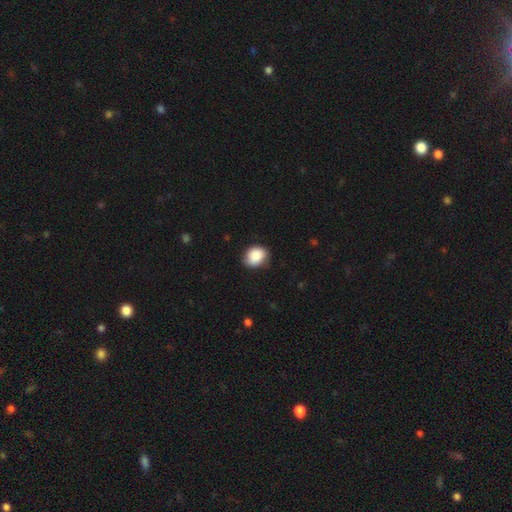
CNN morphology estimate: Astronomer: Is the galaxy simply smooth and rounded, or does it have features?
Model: smooth — 88%.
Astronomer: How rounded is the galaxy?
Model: round — 57% (runner-up: in between, 42%).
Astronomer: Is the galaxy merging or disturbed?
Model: none — 79%.